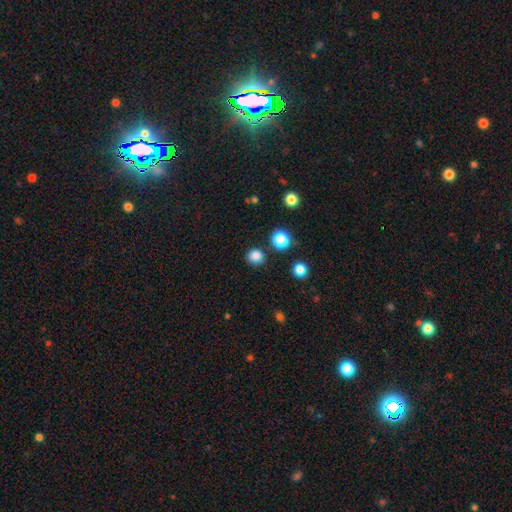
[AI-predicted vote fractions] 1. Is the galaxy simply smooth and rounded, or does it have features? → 83% smooth, 14% star or artifact, 3% featured or disk.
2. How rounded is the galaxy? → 88% round, 11% in between, 1% cigar-shaped.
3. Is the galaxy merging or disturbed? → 88% none, 7% minor disturbance, 3% merger, 2% major disturbance.